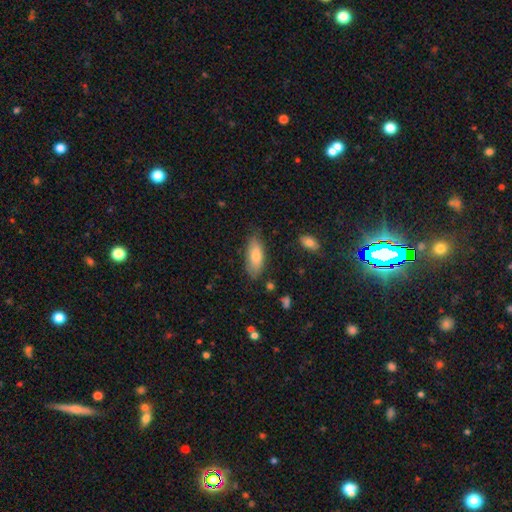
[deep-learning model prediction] Smooth or featured?
  - smooth: 75% *
  - featured or disk: 18%
  - star or artifact: 7%
How rounded?
  - in between: 78% *
  - cigar-shaped: 20%
  - round: 2%
Merging?
  - none: 76% *
  - minor disturbance: 19%
  - major disturbance: 3%
  - merger: 2%